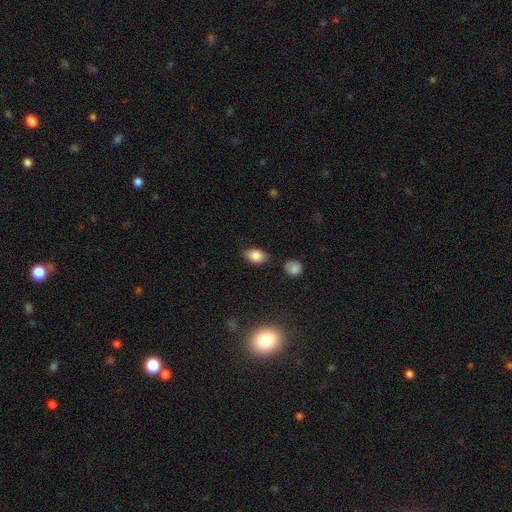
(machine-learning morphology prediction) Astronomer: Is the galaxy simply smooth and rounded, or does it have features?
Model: smooth — 83%.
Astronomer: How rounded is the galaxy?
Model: in between — 87%.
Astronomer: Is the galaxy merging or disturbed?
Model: none — 78%.